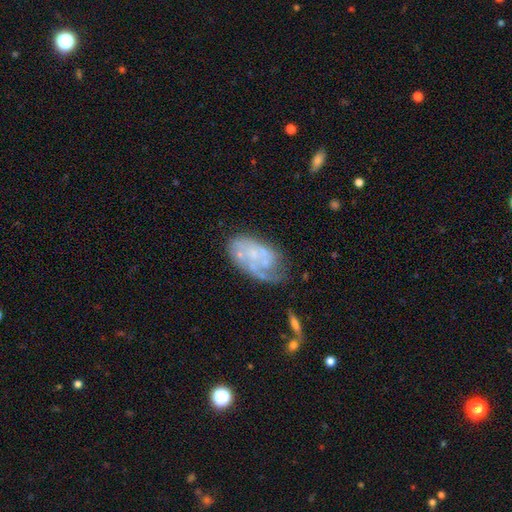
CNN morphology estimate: Smooth or featured?
  - featured or disk: 66% *
  - smooth: 27%
  - star or artifact: 8%
Edge-on disk?
  - no: 97% *
  - yes: 3%
Bar?
  - no: 82% *
  - weak: 15%
  - strong: 3%
Spiral arms?
  - yes: 58% *
  - no: 42%
Bulge size?
  - none: 51% *
  - small: 32%
  - moderate: 13%
  - large: 3%
  - dominant: 1%
Merging?
  - none: 41% *
  - minor disturbance: 27%
  - major disturbance: 23%
  - merger: 9%